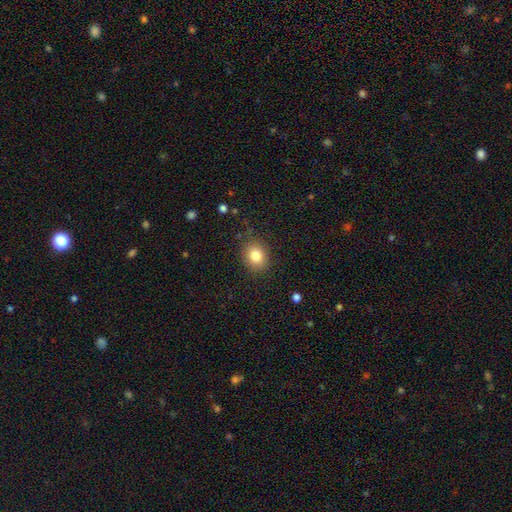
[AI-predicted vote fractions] This appears to be a smooth galaxy with no disk features (82%) that is round (59%). Merging: none (86%).